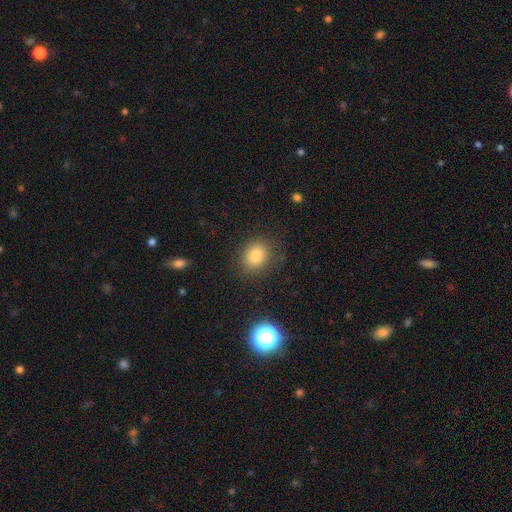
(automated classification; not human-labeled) A smooth galaxy with no disk features (82%) that is round (54%).

Vote fractions:
- Smooth or featured? smooth: 82% / star or artifact: 11% / featured or disk: 7%
- How rounded? round: 54% / in between: 45% / cigar-shaped: 1%
- Merging? none: 82% / minor disturbance: 12% / major disturbance: 4% / merger: 2%